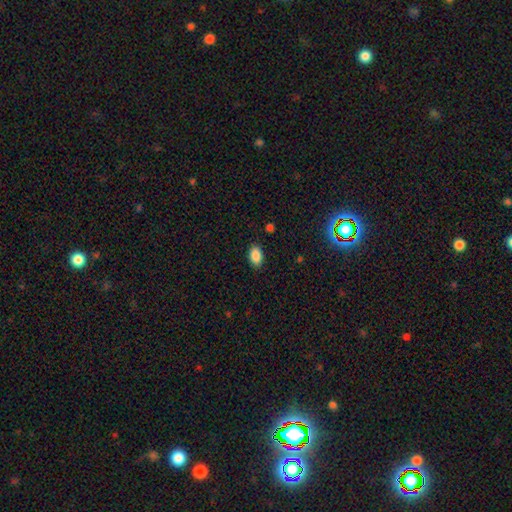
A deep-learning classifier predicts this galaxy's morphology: Smooth or featured: smooth — 88% (star or artifact — 8%)
How rounded: in between — 90% (round — 9%)
Merging: none — 87% (minor disturbance — 10%)